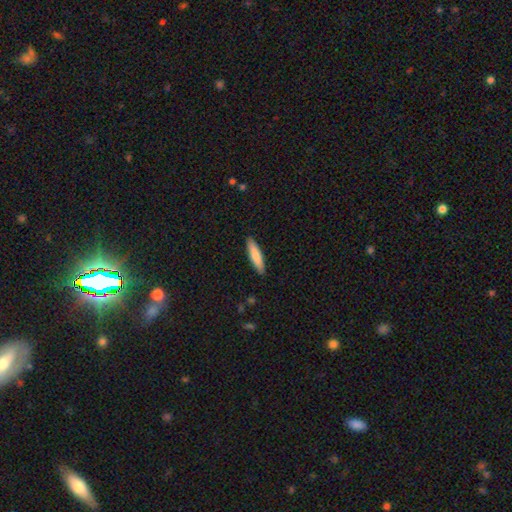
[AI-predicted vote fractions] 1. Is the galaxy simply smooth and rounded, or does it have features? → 80% smooth, 15% featured or disk, 5% star or artifact.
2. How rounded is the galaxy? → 80% cigar-shaped, 19% in between, 1% round.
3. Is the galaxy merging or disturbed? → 90% none, 7% minor disturbance, 2% major disturbance, 1% merger.